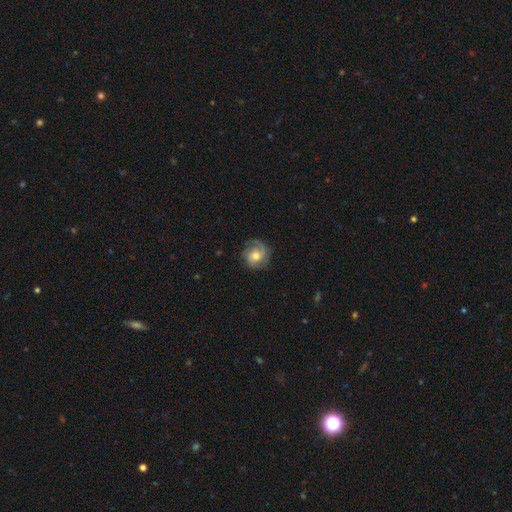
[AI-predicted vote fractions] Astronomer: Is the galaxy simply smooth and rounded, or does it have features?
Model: featured or disk — 62%.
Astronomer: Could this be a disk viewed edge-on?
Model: no — 97%.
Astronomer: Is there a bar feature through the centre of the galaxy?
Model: no — 70%.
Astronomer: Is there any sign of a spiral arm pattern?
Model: yes — 90%.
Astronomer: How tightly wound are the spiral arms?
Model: tight — 43% (runner-up: medium, 40%).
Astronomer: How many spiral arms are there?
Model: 2 — 42% (runner-up: can't tell, 19%).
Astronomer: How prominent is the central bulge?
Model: moderate — 65%.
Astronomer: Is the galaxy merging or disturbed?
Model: none — 72%.